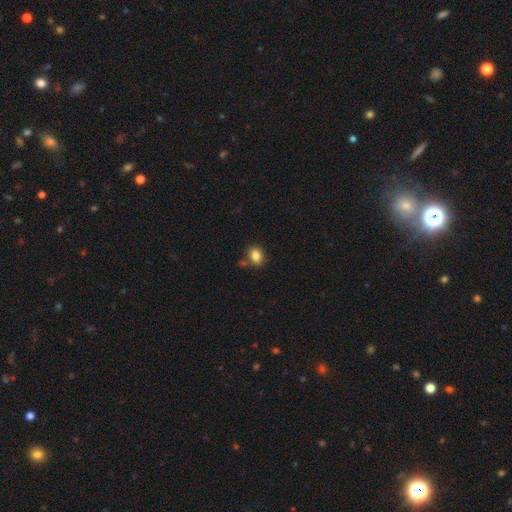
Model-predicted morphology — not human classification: Smooth or featured?
  - smooth: 84% *
  - star or artifact: 10%
  - featured or disk: 6%
How rounded?
  - in between: 60% *
  - round: 38%
  - cigar-shaped: 1%
Merging?
  - none: 75% *
  - minor disturbance: 13%
  - merger: 9%
  - major disturbance: 3%